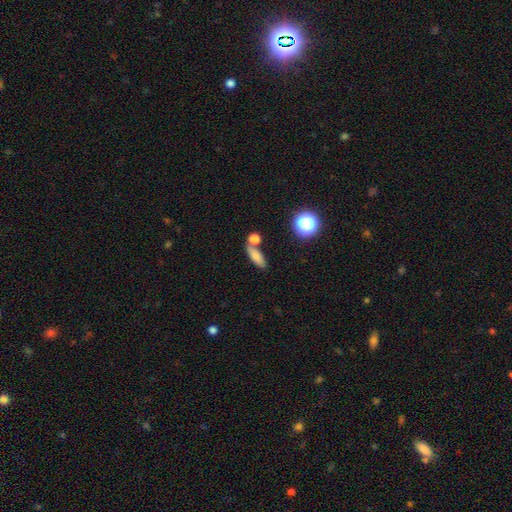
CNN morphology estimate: smooth-or-featured: smooth: 76% | featured or disk: 12% | star or artifact: 12%
  how-rounded: in between: 60% | cigar-shaped: 31% | round: 9%
  merging: none: 61% | merger: 22% | minor disturbance: 12% | major disturbance: 4%